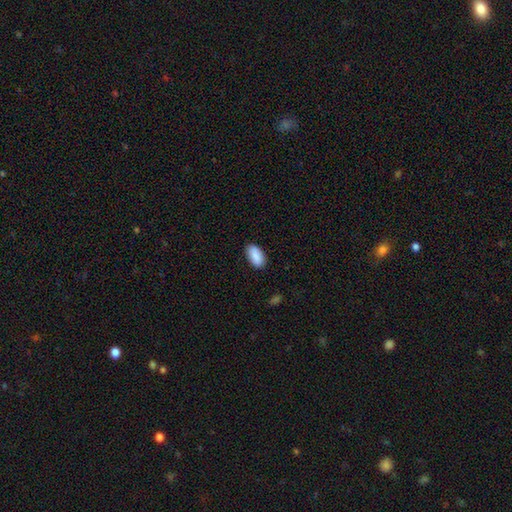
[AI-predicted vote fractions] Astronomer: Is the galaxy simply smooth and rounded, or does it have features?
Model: smooth — 89%.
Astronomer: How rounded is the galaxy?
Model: in between — 94%.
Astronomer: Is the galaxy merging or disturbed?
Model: none — 86%.